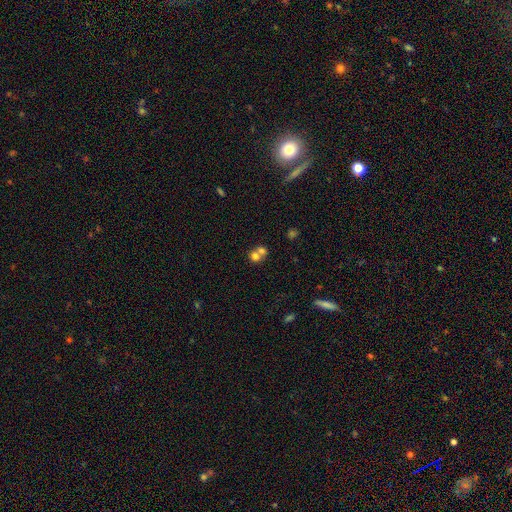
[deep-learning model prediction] This is likely a smooth galaxy (71%). How rounded: likely round (76%). Merging: likely merger (63%).